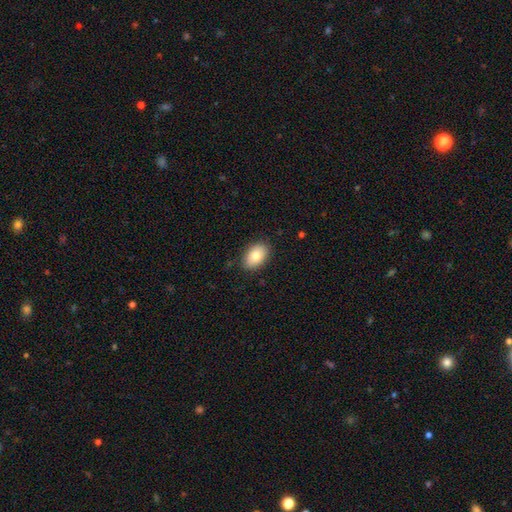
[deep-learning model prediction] A smooth galaxy with no disk features (81%) that is in between round and cigar-shaped (88%). Merging: none (86%).